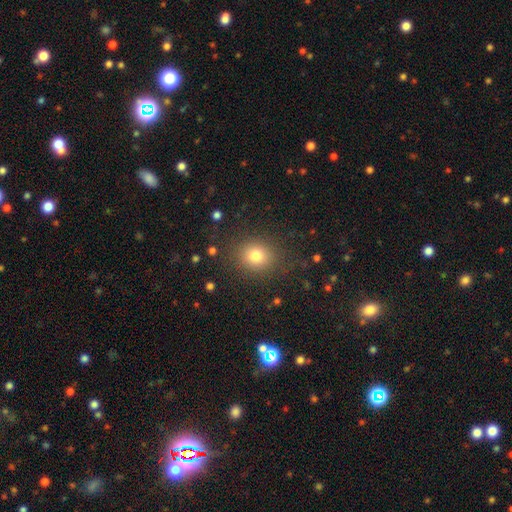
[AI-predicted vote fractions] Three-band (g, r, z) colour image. It shows a smooth galaxy with no disk features (78%) that is round (70%). Merging: none (84%).